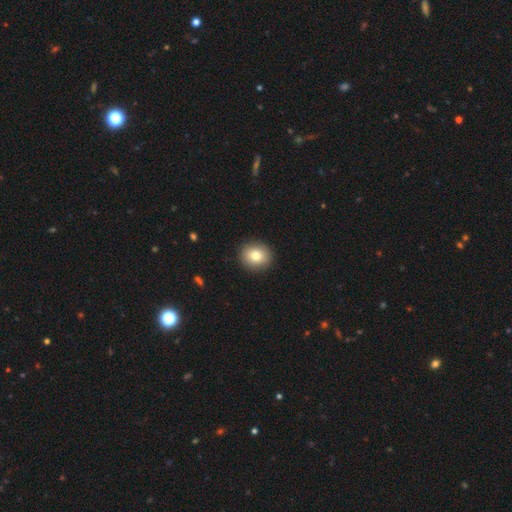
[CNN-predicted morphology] Smooth or featured? Predicted: smooth (p=0.80). How rounded? Predicted: round (p=0.82). Merging? Predicted: none (p=0.91).